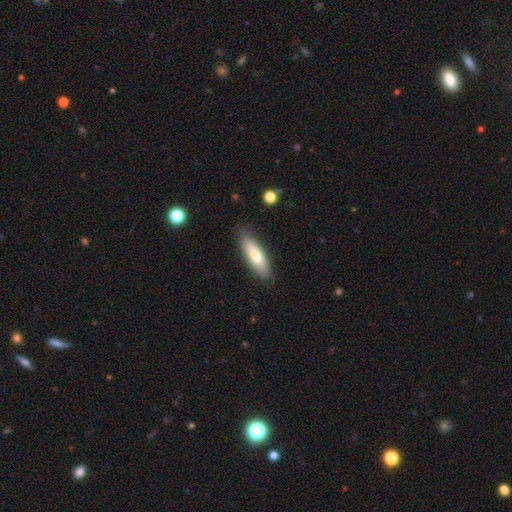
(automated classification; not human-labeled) The model was most divided on "how rounded": in between: 50%, cigar-shaped: 49%, round: 2%. More confident: merging — none (84%); smooth or featured — smooth (75%).